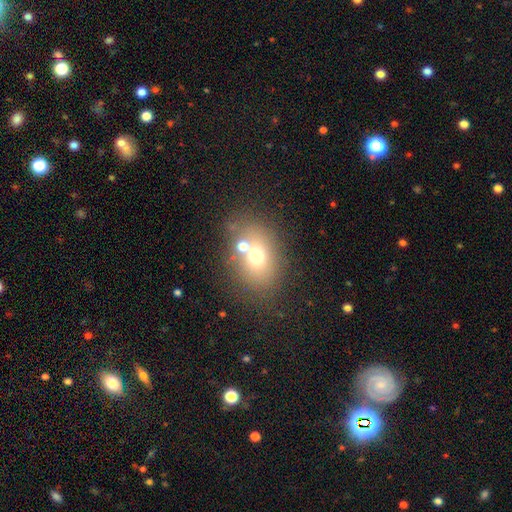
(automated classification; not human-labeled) A smooth galaxy with no disk features (64%) that is in between round and cigar-shaped (59%).

Vote fractions:
- Smooth or featured? smooth: 64% / featured or disk: 20% / star or artifact: 16%
- How rounded? in between: 59% / round: 40% / cigar-shaped: 1%
- Merging? none: 60% / merger: 22% / minor disturbance: 12% / major disturbance: 7%